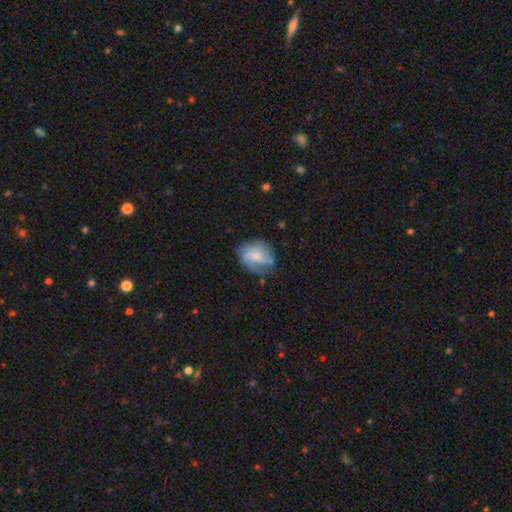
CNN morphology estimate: Smooth or featured: smooth — 46% (tied with featured or disk — 46%)
Merging: none — 56% (minor disturbance — 27%)